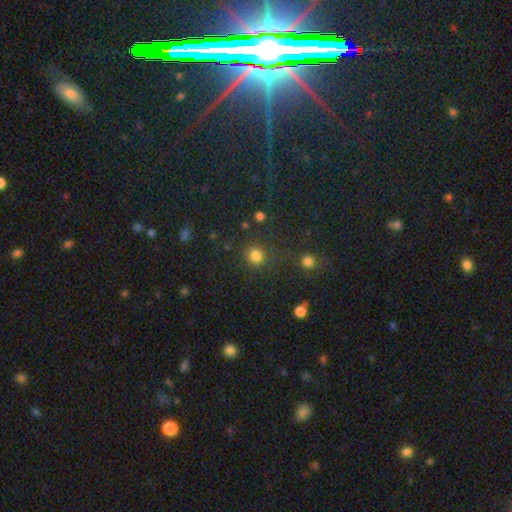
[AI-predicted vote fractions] Overall: smooth (79%). How rounded: round (90%). Merging: none (80%).